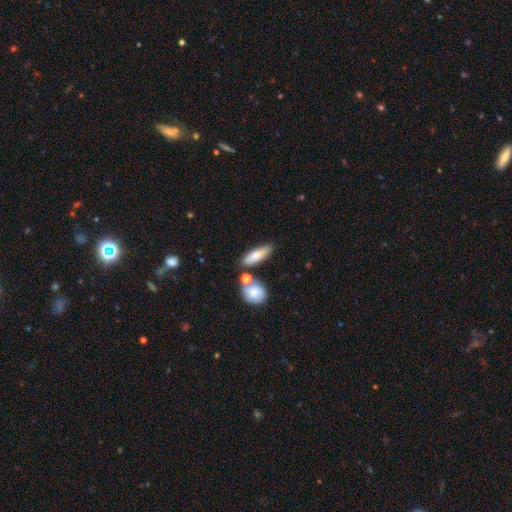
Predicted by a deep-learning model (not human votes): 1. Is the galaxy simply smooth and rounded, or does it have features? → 73% smooth, 20% featured or disk, 7% star or artifact.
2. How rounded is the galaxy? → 49% in between, 47% cigar-shaped, 5% round.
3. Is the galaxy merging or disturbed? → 70% none, 14% merger, 12% minor disturbance, 3% major disturbance.